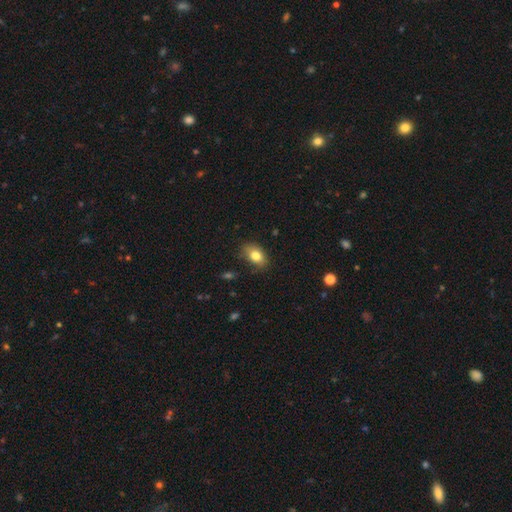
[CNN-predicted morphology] Smooth or featured: smooth — 80% (featured or disk — 11%)
How rounded: in between — 81% (round — 17%)
Merging: none — 74% (minor disturbance — 21%)